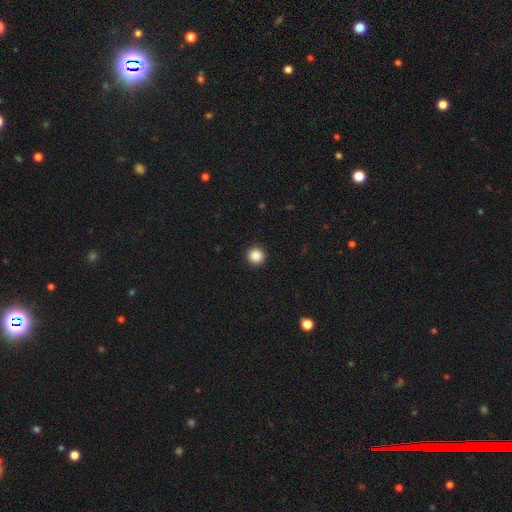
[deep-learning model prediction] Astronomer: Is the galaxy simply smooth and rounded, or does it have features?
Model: smooth — 88%.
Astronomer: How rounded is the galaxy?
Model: round — 95%.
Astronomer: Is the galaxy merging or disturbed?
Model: none — 93%.